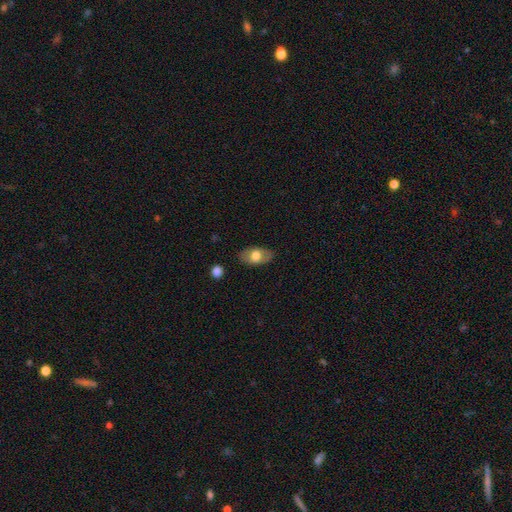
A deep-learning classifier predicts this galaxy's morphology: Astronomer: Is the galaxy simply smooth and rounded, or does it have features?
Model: smooth — 65%.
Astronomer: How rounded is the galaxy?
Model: in between — 91%.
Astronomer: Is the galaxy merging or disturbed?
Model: none — 82%.